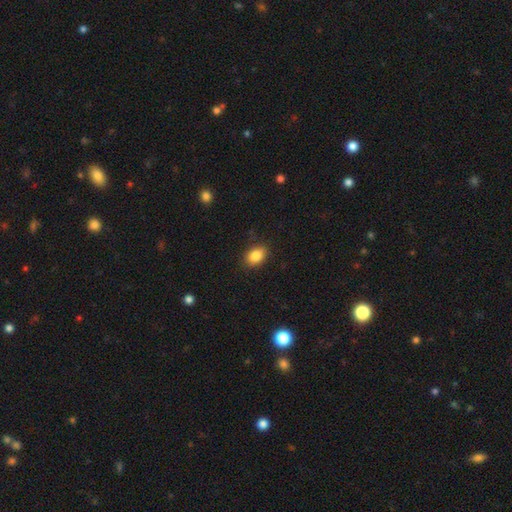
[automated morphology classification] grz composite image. It shows a smooth galaxy with no disk features (86%) that is in between round and cigar-shaped (78%). Merging: none (85%).